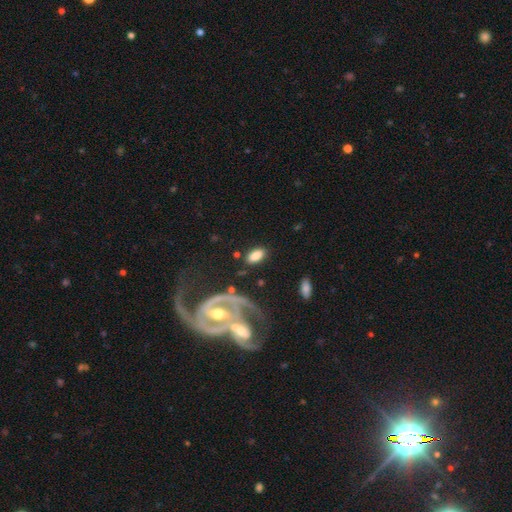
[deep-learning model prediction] smooth 75%, featured or disk 18%, star or artifact 7%. Down the decision tree: how rounded — in between (93%); merging — none (74%).